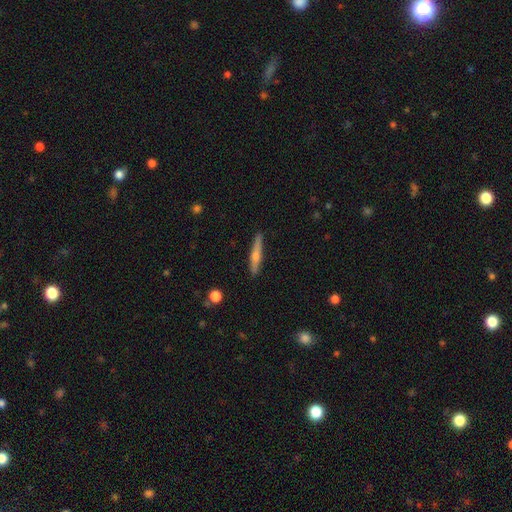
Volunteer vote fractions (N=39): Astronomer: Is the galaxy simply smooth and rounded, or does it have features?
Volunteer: featured or disk — 46% (runner-up: smooth, 44%).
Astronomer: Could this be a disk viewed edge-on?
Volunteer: yes — 100%.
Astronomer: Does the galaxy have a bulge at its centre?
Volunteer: rounded — 94%.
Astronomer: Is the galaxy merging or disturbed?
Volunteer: none — 86%.